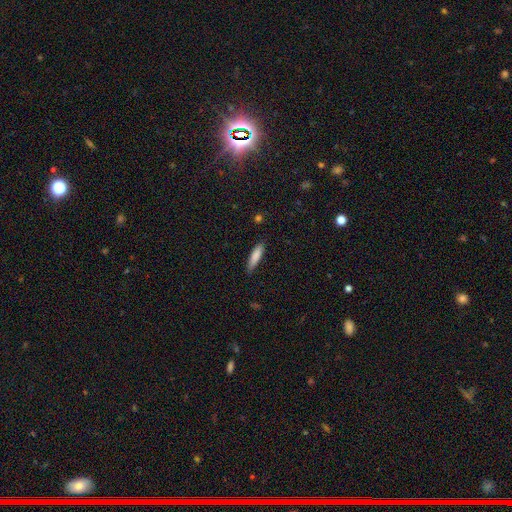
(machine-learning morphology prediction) Overall: smooth (84%). How rounded: cigar-shaped (74%). Merging: none (83%).